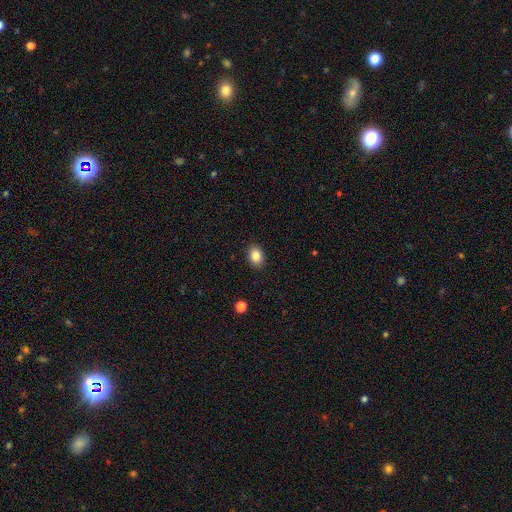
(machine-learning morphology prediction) smooth 85%, star or artifact 9%, featured or disk 6%. Down the decision tree: how rounded — in between (71%); merging — none (88%).